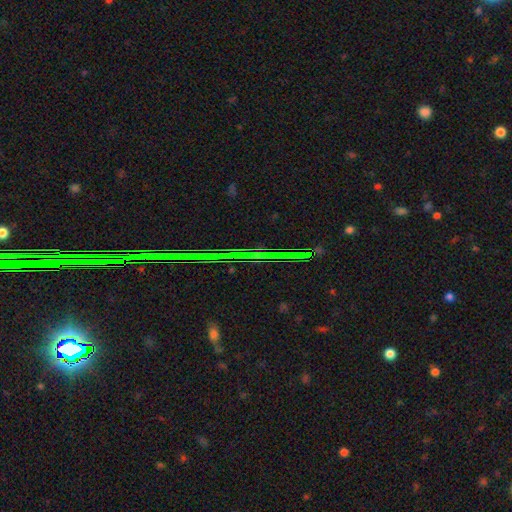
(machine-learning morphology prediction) Smooth or featured? star or artifact (78%)